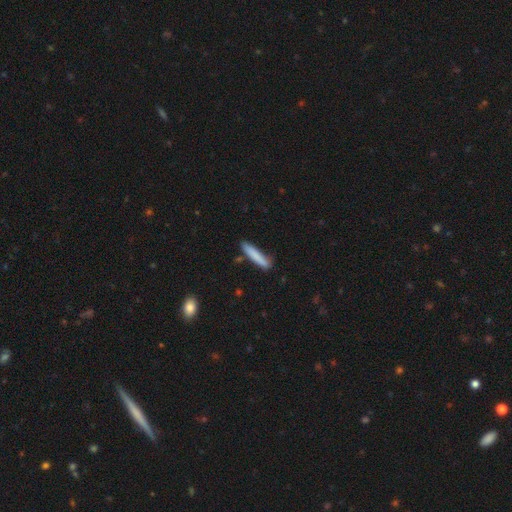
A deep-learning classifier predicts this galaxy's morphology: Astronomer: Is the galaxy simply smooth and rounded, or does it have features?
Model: smooth — 82%.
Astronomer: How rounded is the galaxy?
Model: cigar-shaped — 90%.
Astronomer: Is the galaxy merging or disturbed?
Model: none — 77%.